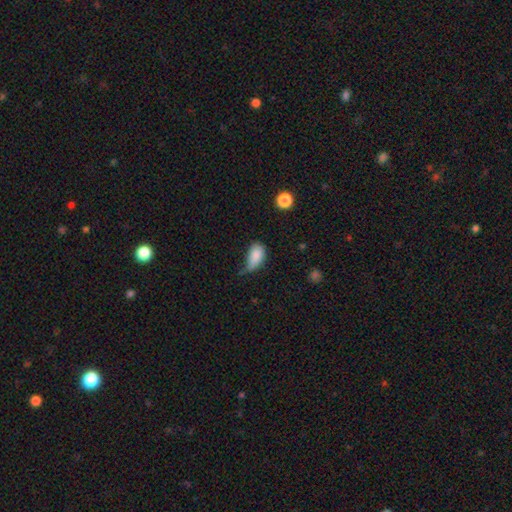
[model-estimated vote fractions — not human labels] Smooth or featured? smooth (83%)
How rounded? in between (90%)
Merging? minor disturbance (44%)